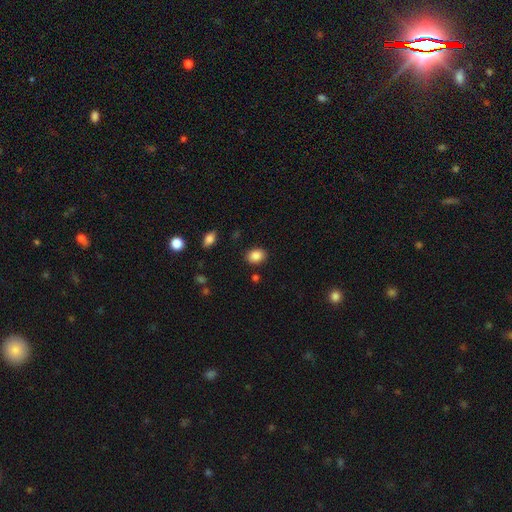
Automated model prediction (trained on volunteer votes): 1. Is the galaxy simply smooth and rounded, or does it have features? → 87% smooth, 9% star or artifact, 4% featured or disk.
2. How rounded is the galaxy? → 64% in between, 35% round, 1% cigar-shaped.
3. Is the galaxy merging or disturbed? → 87% none, 8% minor disturbance, 3% major disturbance, 2% merger.